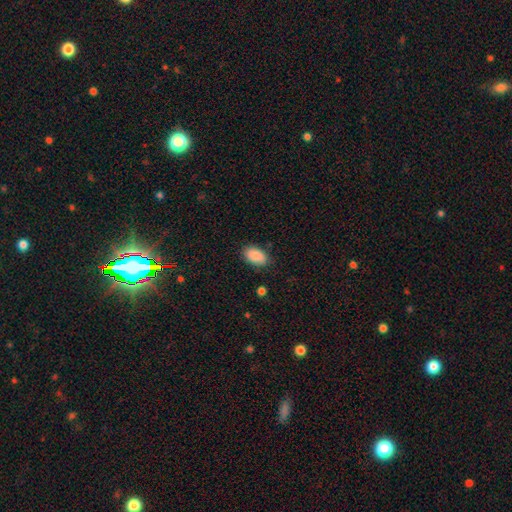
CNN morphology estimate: type=smooth (89%); roundness=in between (92%); merging=none (82%).